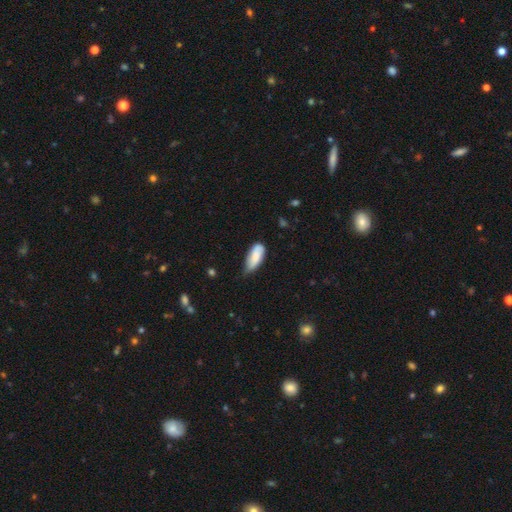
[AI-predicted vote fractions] smooth_or_featured: smooth (p=0.81) [alt: featured or disk p=0.13]
how_rounded: in between (p=0.81) [alt: cigar-shaped p=0.17]
merging: minor disturbance (p=0.49) [alt: none p=0.39]